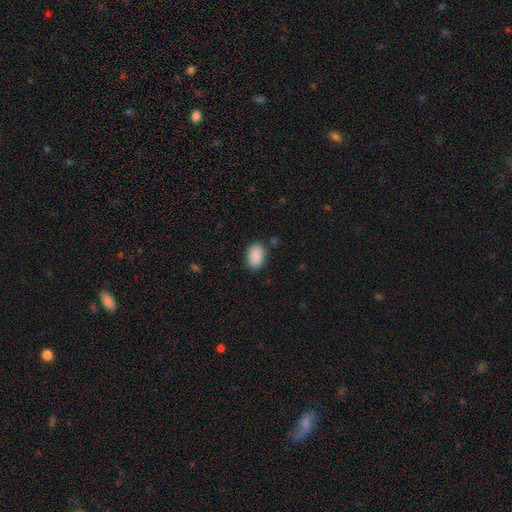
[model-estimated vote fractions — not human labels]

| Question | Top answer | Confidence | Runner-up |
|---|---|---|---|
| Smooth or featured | smooth | 90% | star or artifact (7%) |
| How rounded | in between | 89% | round (10%) |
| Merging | none | 84% | minor disturbance (11%) |